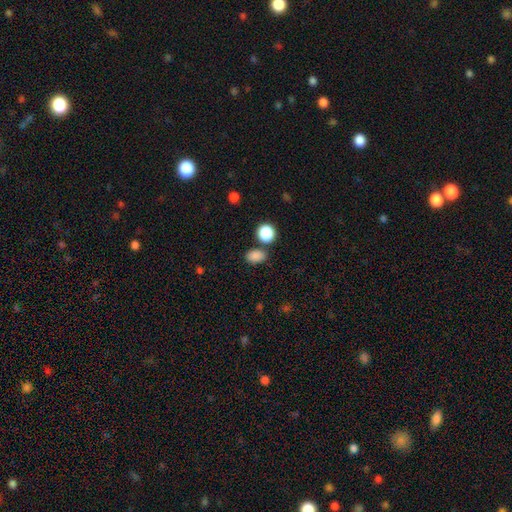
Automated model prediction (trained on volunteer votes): Smooth or featured? Predicted: smooth (p=0.85). How rounded? Predicted: in between (p=0.73). Merging? Predicted: none (p=0.74).